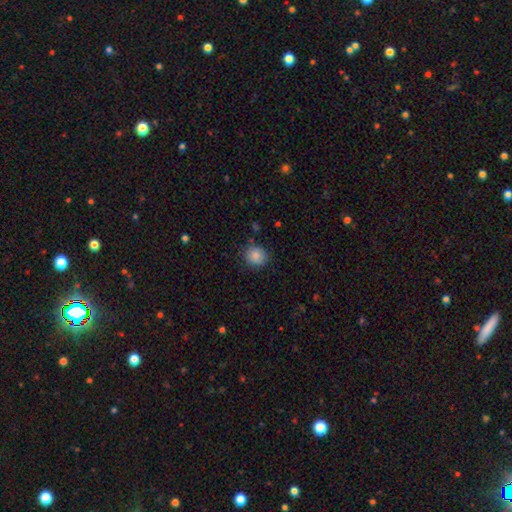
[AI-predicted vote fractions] Morphology: type=smooth (86%); roundness=round (82%); merging=none (84%).